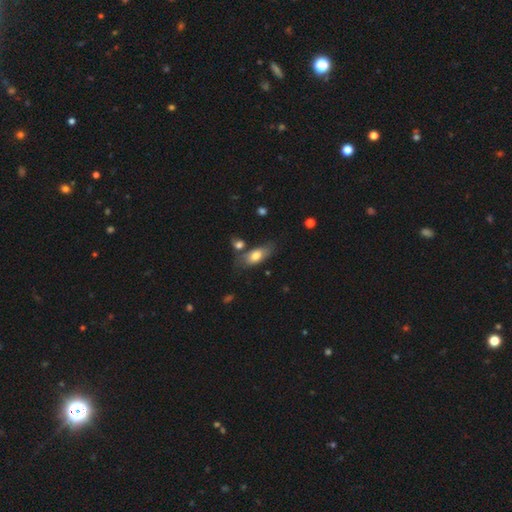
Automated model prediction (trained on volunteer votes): Smooth or featured?
  - smooth: 72% *
  - featured or disk: 21%
  - star or artifact: 7%
How rounded?
  - in between: 82% *
  - cigar-shaped: 14%
  - round: 4%
Merging?
  - none: 62% *
  - minor disturbance: 19%
  - merger: 13%
  - major disturbance: 6%